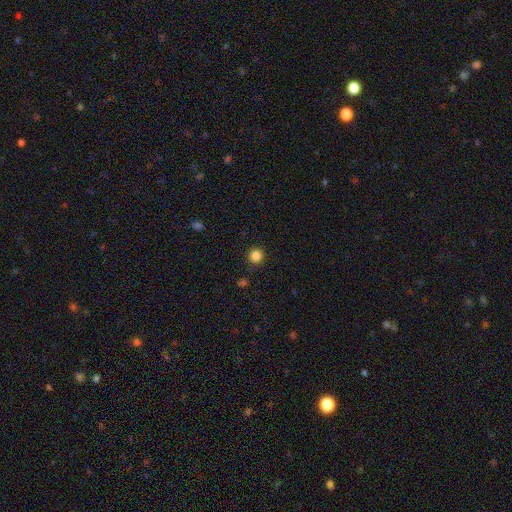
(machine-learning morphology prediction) Smooth or featured?
  - smooth: 85% *
  - star or artifact: 12%
  - featured or disk: 3%
How rounded?
  - round: 93% *
  - in between: 6%
  - cigar-shaped: 1%
Merging?
  - none: 88% *
  - minor disturbance: 7%
  - major disturbance: 2%
  - merger: 2%